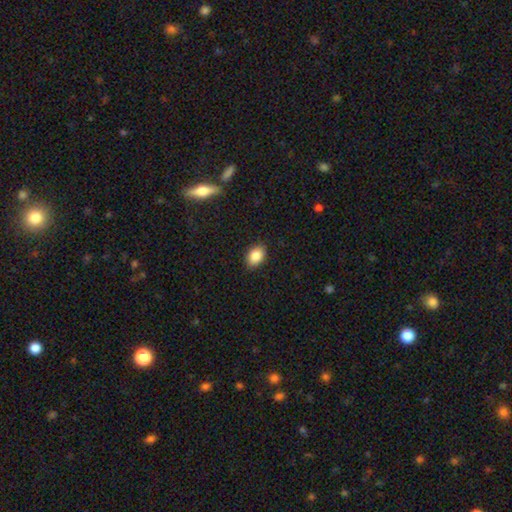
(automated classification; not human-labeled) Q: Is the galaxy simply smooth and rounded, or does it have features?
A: smooth — 86%.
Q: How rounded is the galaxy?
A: in between — 80%.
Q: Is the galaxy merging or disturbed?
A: none — 87%.